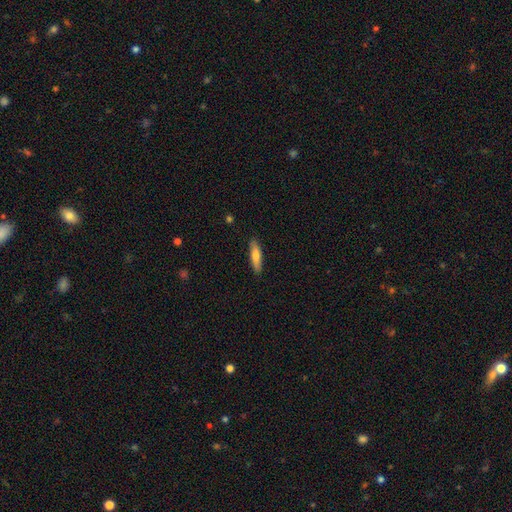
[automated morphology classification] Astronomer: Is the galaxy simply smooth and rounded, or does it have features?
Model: smooth — 75%.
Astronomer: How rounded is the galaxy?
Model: cigar-shaped — 74%.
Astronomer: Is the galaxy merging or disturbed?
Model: none — 88%.